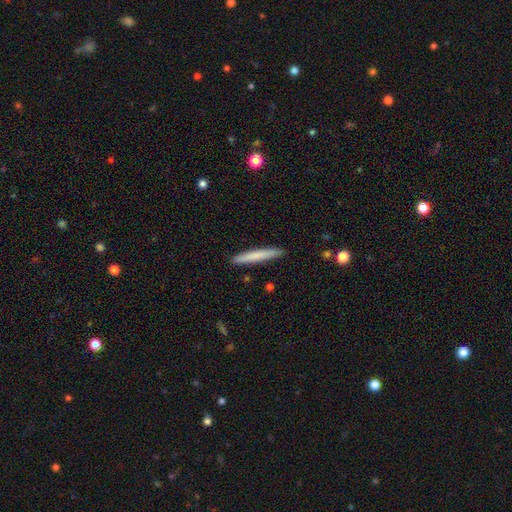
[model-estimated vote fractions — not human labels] A smooth galaxy with no disk features (72%) that is cigar-shaped (96%).

Vote fractions:
- Smooth or featured? smooth: 72% / featured or disk: 22% / star or artifact: 6%
- How rounded? cigar-shaped: 96% / in between: 3% / round: 1%
- Merging? none: 91% / minor disturbance: 7% / major disturbance: 1% / merger: 1%